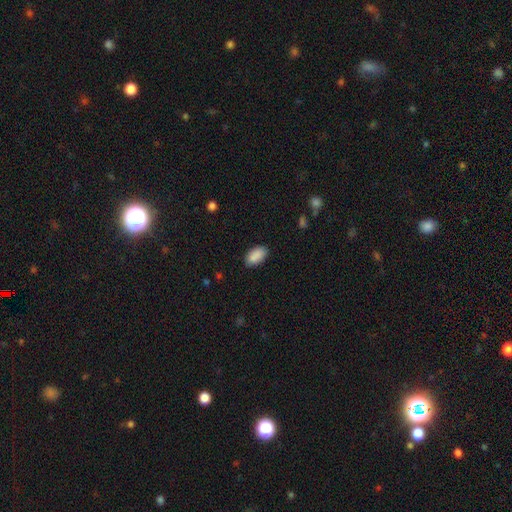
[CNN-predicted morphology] A smooth galaxy with no disk features (90%) that is in between round and cigar-shaped (95%). Merging: none (85%).